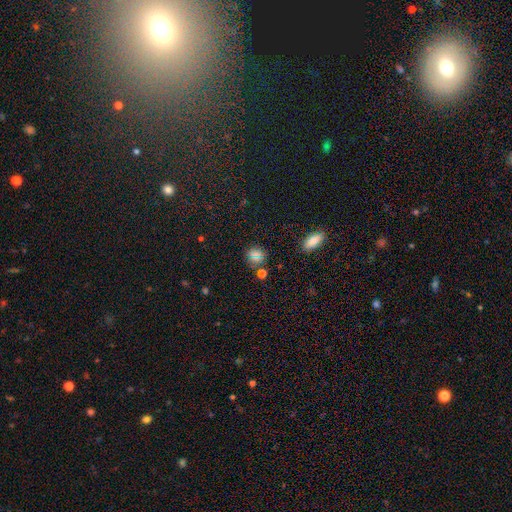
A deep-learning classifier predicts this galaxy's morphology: A smooth galaxy with no disk features (60%) that is round (76%). Merging: none (81%).